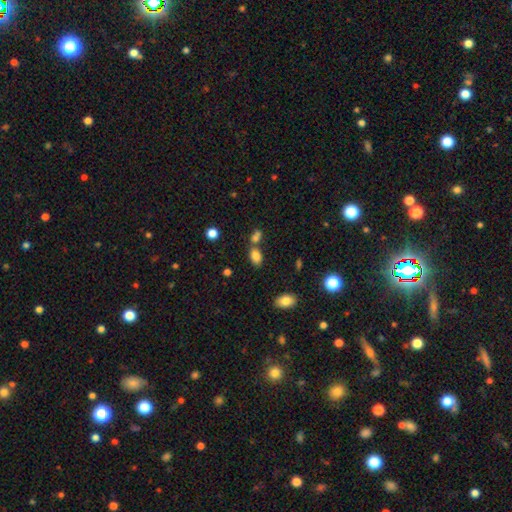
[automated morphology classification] The model was most divided on "merging": none: 53%, merger: 32%, minor disturbance: 11%, major disturbance: 4%. More confident: how rounded — in between (89%); smooth or featured — smooth (82%).